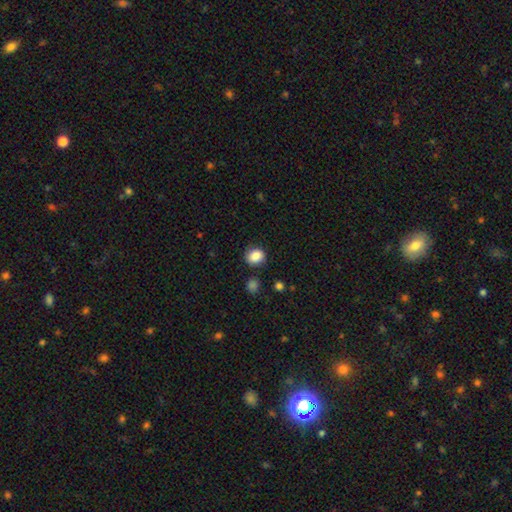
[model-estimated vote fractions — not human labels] smooth-or-featured: smooth: 86% | star or artifact: 9% | featured or disk: 5%
  how-rounded: round: 65% | in between: 34% | cigar-shaped: 1%
  merging: none: 82% | minor disturbance: 12% | major disturbance: 3% | merger: 3%